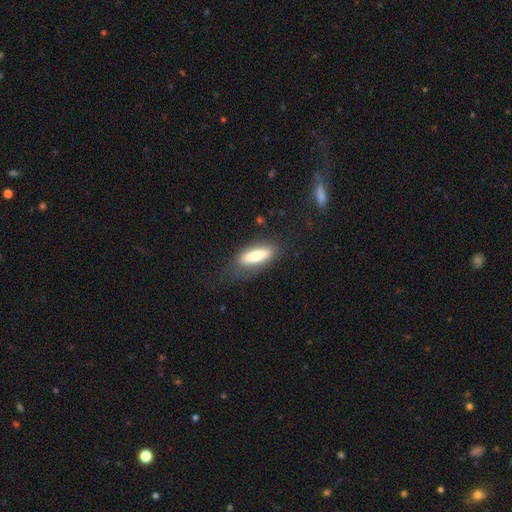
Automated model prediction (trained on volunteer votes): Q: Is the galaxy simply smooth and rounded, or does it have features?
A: smooth — 70%.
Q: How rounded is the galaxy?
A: in between — 60%.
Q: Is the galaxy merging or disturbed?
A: none — 69%.